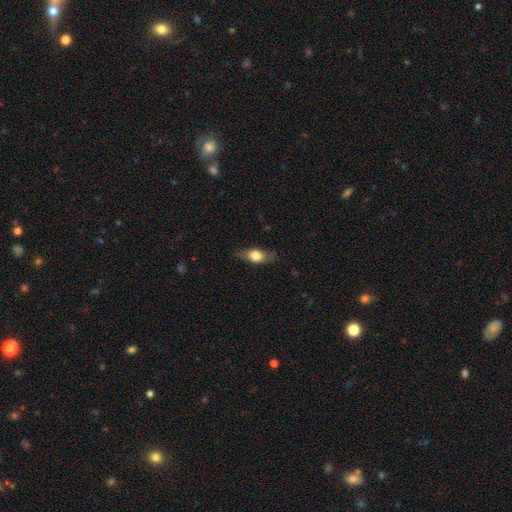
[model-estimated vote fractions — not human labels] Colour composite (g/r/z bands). It shows a smooth galaxy with no disk features (65%) that is in between round and cigar-shaped (73%). Merging: none (76%).